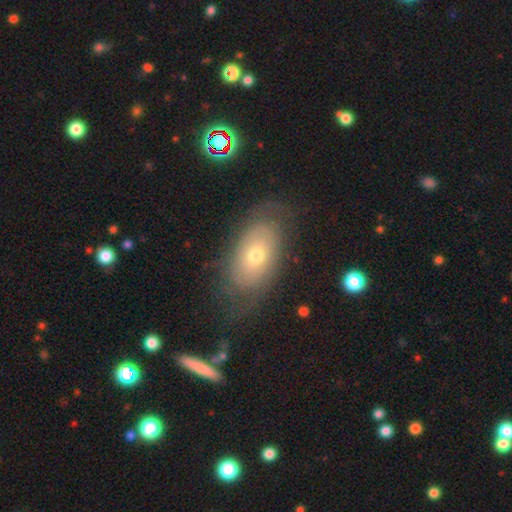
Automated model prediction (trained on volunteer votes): Q: Smooth or featured?
A: featured or disk (56%); runner-up: smooth (33%)
Q: Edge-on disk?
A: no (90%); runner-up: yes (10%)
Q: Bar?
A: no (86%); runner-up: weak (11%)
Q: Spiral arms?
A: yes (64%); runner-up: no (36%)
Q: Bulge size?
A: moderate (54%); runner-up: small (41%)
Q: Merging?
A: none (70%); runner-up: minor disturbance (17%)